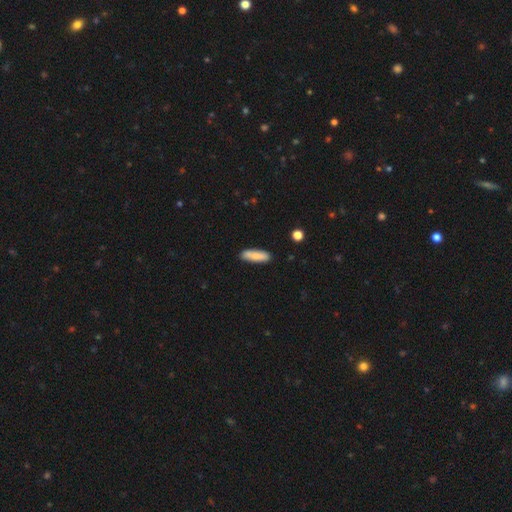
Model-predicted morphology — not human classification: Smooth or featured? smooth (81%)
How rounded? cigar-shaped (58%)
Merging? none (84%)